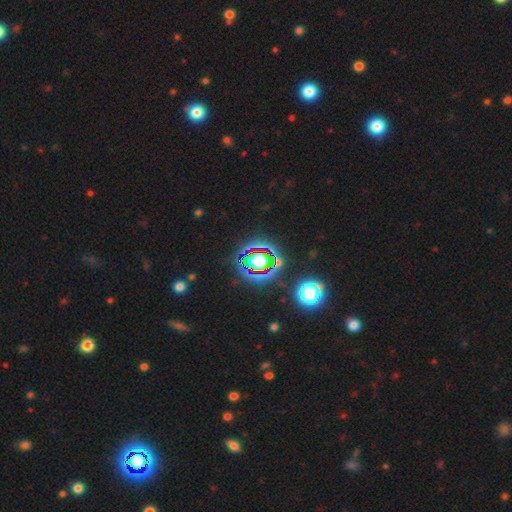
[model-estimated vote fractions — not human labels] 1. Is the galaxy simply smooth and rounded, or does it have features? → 79% star or artifact, 13% smooth, 8% featured or disk.